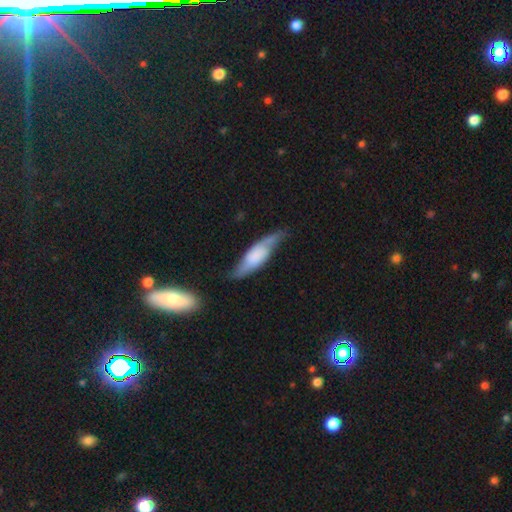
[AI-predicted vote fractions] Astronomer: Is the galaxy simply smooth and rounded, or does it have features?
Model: featured or disk — 52% (runner-up: smooth, 42%).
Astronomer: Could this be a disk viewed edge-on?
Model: no — 55% (runner-up: yes, 45%).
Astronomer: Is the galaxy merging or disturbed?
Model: none — 61%.